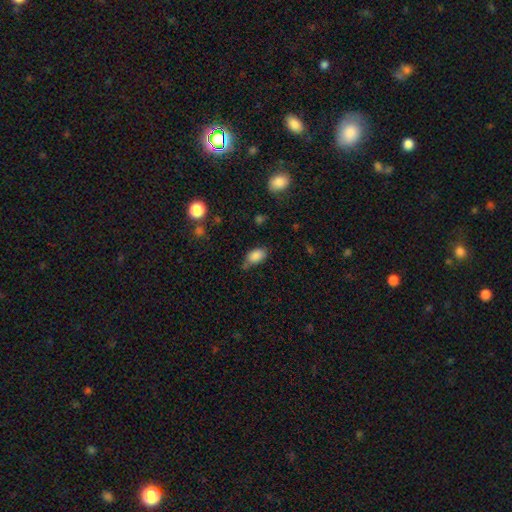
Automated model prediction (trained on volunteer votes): Smooth or featured?
  - smooth: 85% *
  - star or artifact: 8%
  - featured or disk: 6%
How rounded?
  - in between: 90% *
  - round: 7%
  - cigar-shaped: 2%
Merging?
  - none: 54% *
  - minor disturbance: 34%
  - major disturbance: 8%
  - merger: 4%